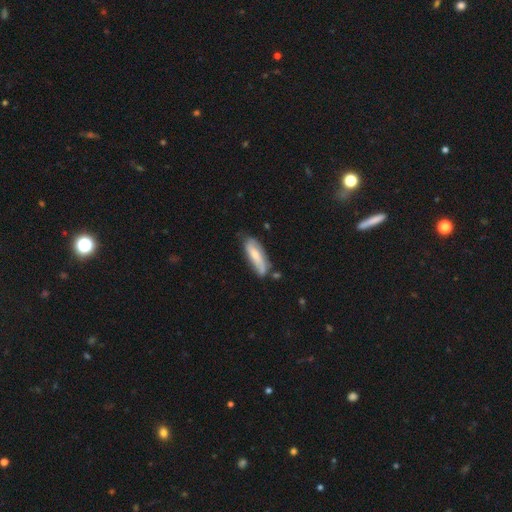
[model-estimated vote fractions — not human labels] This appears to be a smooth galaxy with no disk features (58%) that is in between round and cigar-shaped (51%). Merging: none (59%).